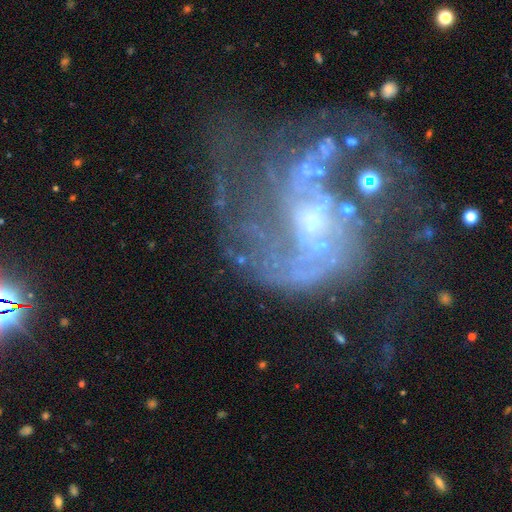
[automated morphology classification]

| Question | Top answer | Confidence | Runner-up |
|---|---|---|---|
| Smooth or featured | featured or disk | 84% | star or artifact (9%) |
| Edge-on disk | no | 98% | yes (2%) |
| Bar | no | 53% | weak (37%) |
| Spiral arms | yes | 88% | no (12%) |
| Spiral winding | medium | 45% | loose (32%) |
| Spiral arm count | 2 | 45% | can't tell (23%) |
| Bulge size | small | 44% | moderate (37%) |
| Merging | major disturbance | 39% | none (36%) |